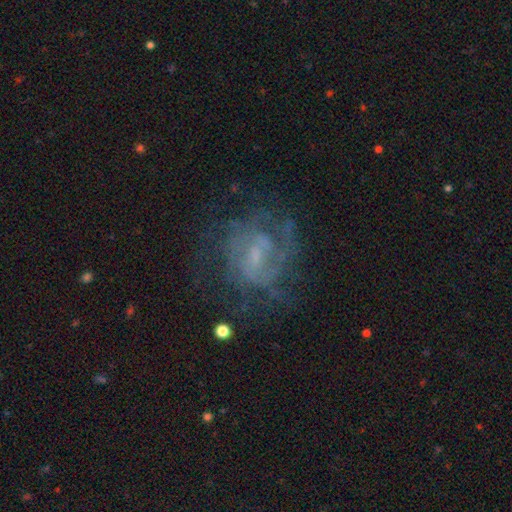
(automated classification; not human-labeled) A featured or disk galaxy (71%) with a weak bar (49%), tight (43%) spiral arms (76%) and a small central bulge (52%).

Vote fractions:
- Smooth or featured? featured or disk: 71% / smooth: 16% / star or artifact: 13%
- Edge-on disk? no: 97% / yes: 3%
- Bar? weak: 49% / no: 38% / strong: 12%
- Spiral arms? yes: 76% / no: 24%
- Spiral winding? tight: 43% / medium: 40% / loose: 17%
- Spiral arm count? can't tell: 45% / 2: 29% / 3: 12% / 1: 6% / 4: 5% / more than 4: 3%
- Bulge size? small: 52% / moderate: 22% / none: 22% / large: 2% / dominant: 1%
- Merging? none: 62% / major disturbance: 19% / minor disturbance: 18% / merger: 2%